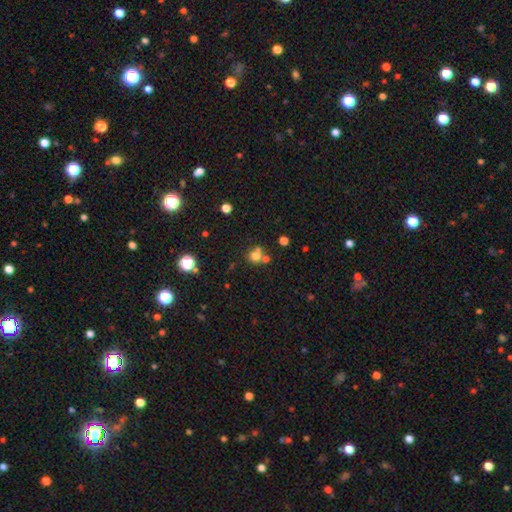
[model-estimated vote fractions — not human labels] Q: Smooth or featured?
A: smooth (72%); runner-up: star or artifact (17%)
Q: How rounded?
A: round (80%); runner-up: in between (19%)
Q: Merging?
A: none (46%); runner-up: merger (37%)